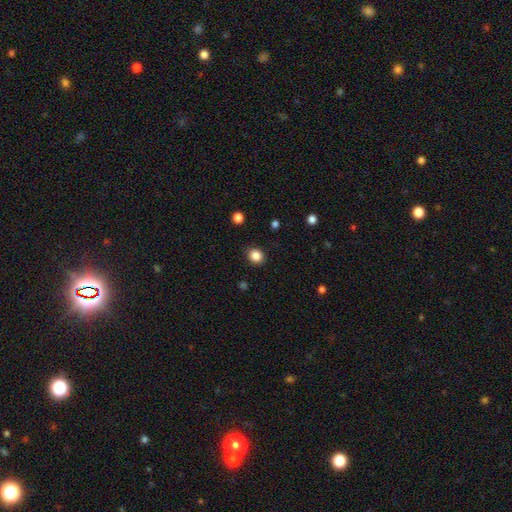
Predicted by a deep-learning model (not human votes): This appears to be a smooth galaxy with no disk features (85%) that is round (76%). Merging: none (89%).